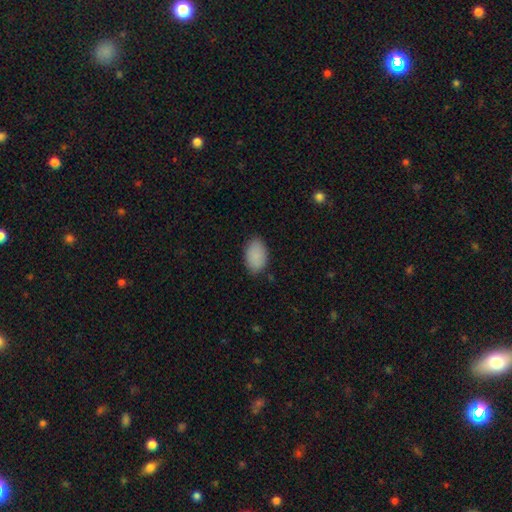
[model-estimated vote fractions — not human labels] This appears to be a smooth galaxy with no disk features (89%) that is in between round and cigar-shaped (92%). Merging: none (83%).